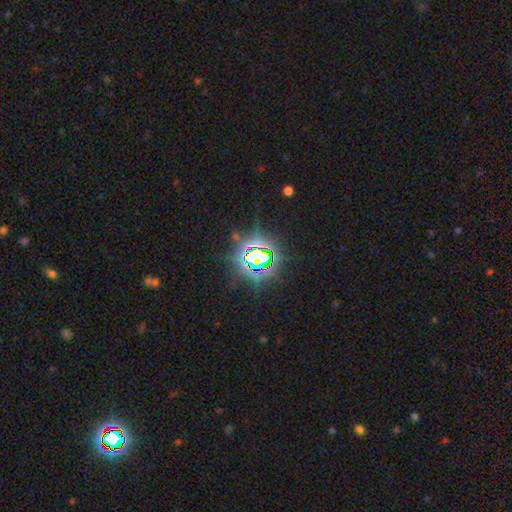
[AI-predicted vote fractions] Smooth or featured: star or artifact — 79% (smooth — 12%)